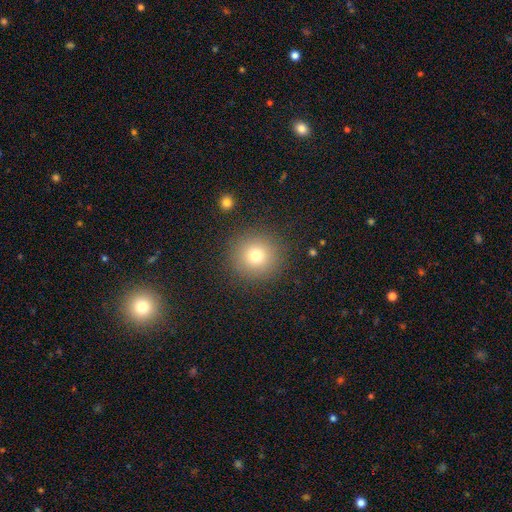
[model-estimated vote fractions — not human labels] Overall: smooth (75%). How rounded: round (94%). Merging: none (89%).